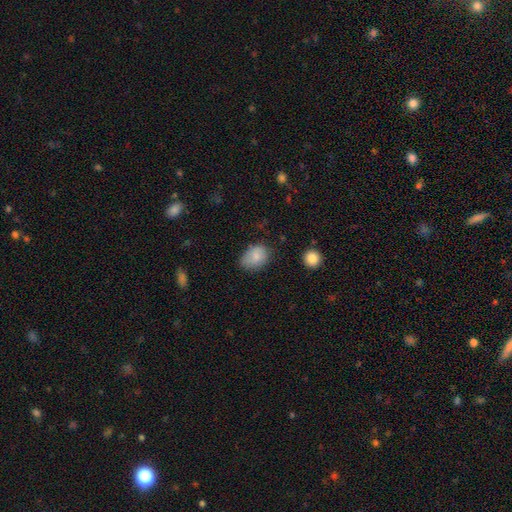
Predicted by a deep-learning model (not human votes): A smooth galaxy with no disk features (82%) that is in between round and cigar-shaped (76%). Merging: none (62%).